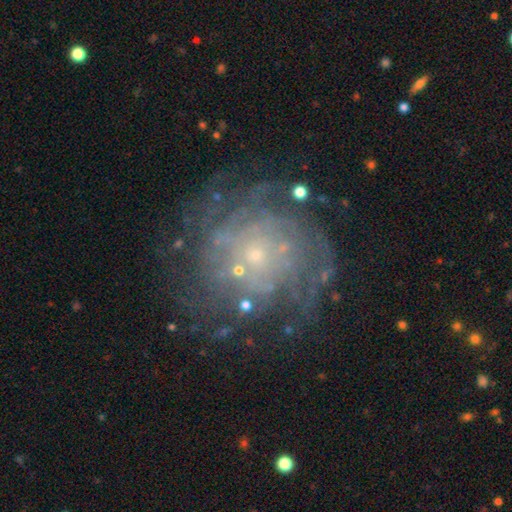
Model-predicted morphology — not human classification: featured or disk 76%, smooth 13%, star or artifact 11%. Down the decision tree: edge-on disk — no (97%); bar — no (82%); spiral arms — yes (80%); spiral arm count — can't tell (48%); spiral winding — tight (64%); bulge size — small (80%); merging — none (70%).